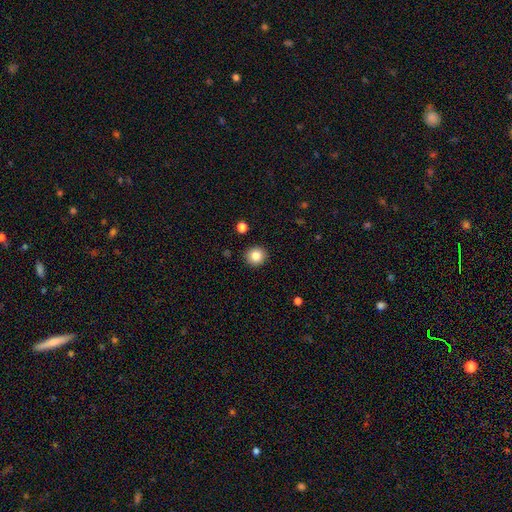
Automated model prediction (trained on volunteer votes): Smooth or featured? Predicted: smooth (p=0.84). How rounded? Predicted: round (p=0.90). Merging? Predicted: none (p=0.91).